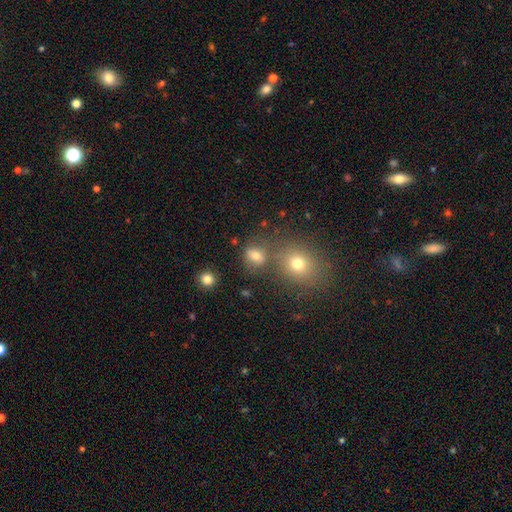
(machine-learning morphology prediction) A smooth galaxy with no disk features (73%) that is round (60%).

Vote fractions:
- Smooth or featured? smooth: 73% / star or artifact: 18% / featured or disk: 9%
- How rounded? round: 60% / in between: 38% / cigar-shaped: 1%
- Merging? none: 65% / merger: 18% / minor disturbance: 12% / major disturbance: 5%